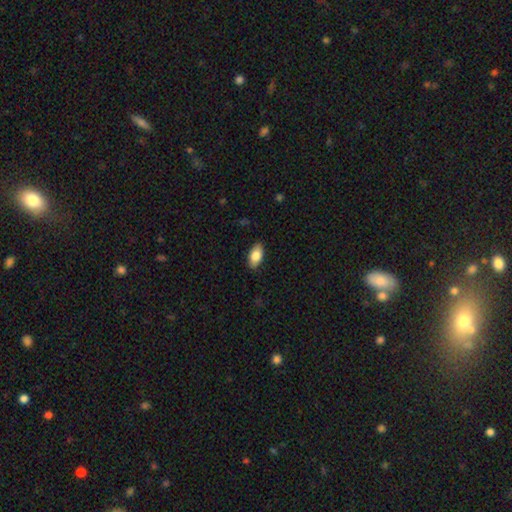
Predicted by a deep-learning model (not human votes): smooth-or-featured: smooth: 83% | featured or disk: 11% | star or artifact: 6%
  how-rounded: in between: 92% | cigar-shaped: 4% | round: 4%
  merging: none: 86% | minor disturbance: 11% | major disturbance: 2% | merger: 1%